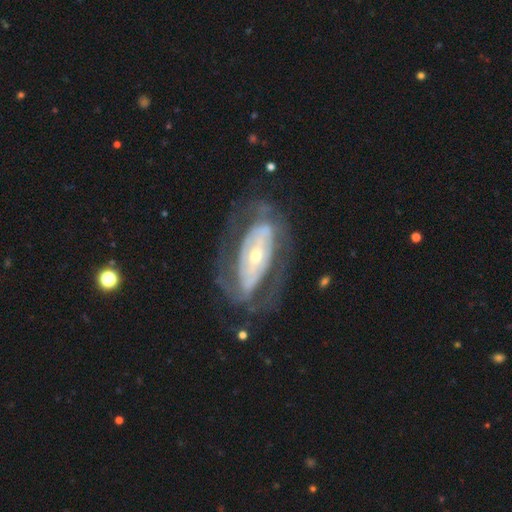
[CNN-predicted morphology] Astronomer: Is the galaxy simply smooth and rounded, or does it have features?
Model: featured or disk — 81%.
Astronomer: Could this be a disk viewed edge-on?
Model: no — 91%.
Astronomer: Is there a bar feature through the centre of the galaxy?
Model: no — 45% (runner-up: strong, 29%).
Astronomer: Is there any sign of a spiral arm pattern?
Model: yes — 69%.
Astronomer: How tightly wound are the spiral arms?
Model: tight — 55% (runner-up: medium, 31%).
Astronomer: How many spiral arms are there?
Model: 2 — 51% (runner-up: can't tell, 34%).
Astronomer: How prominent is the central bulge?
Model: small — 54% (runner-up: moderate, 41%).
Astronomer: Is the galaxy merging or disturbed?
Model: none — 64%.